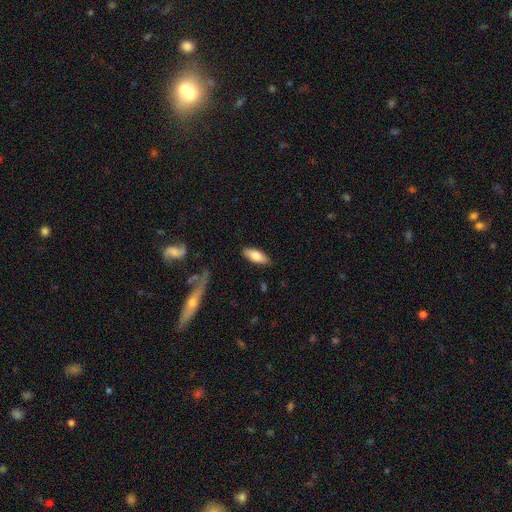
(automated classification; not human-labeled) smooth_or_featured: smooth (p=0.80) [alt: featured or disk p=0.14]
how_rounded: in between (p=0.77) [alt: cigar-shaped p=0.21]
merging: none (p=0.85) [alt: minor disturbance p=0.11]